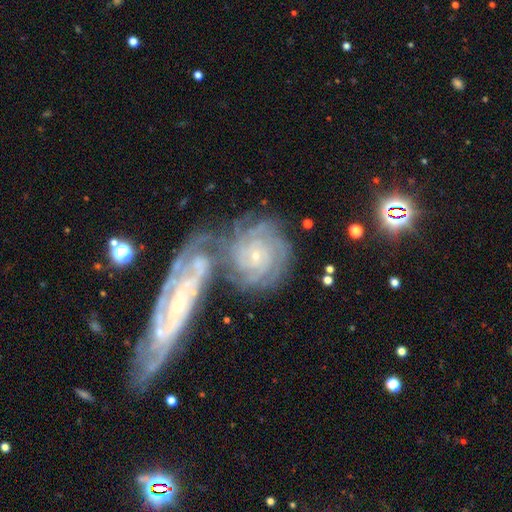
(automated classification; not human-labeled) Smooth or featured? Predicted: featured or disk (p=0.86). Edge-on disk? Predicted: no (p=0.96). Bar? Predicted: no (p=0.75). Spiral arms? Predicted: yes (p=0.96). Spiral winding? Predicted: tight (p=0.79). Spiral arm count? Predicted: can't tell (p=0.27). Bulge size? Predicted: small (p=0.82). Merging? Predicted: merger (p=0.54).